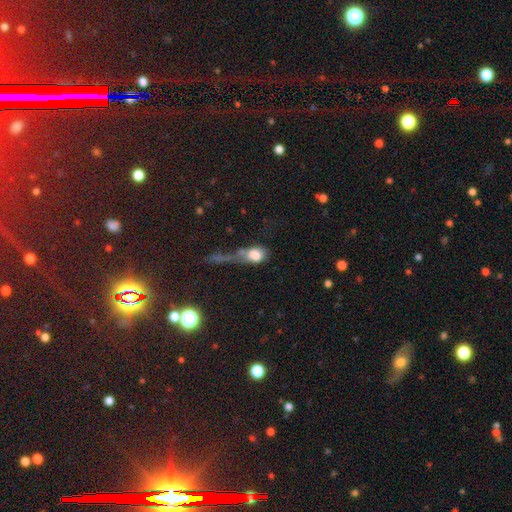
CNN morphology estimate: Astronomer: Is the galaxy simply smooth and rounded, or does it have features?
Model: smooth — 73%.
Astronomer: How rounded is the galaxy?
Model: in between — 59% (runner-up: round, 35%).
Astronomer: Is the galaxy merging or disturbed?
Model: major disturbance — 39% (runner-up: merger, 28%).